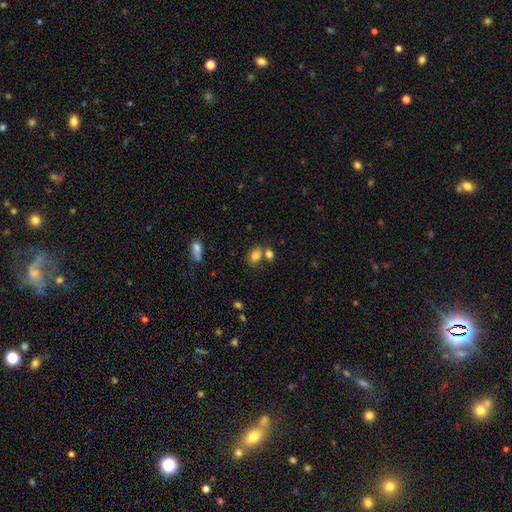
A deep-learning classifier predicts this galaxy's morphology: smooth_or_featured: smooth (p=0.80) [alt: star or artifact p=0.11]
how_rounded: in between (p=0.70) [alt: round p=0.28]
merging: none (p=0.54) [alt: merger p=0.28]